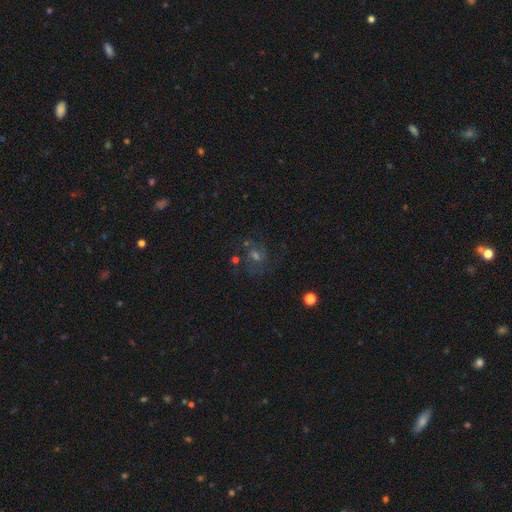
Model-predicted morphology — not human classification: Smooth or featured: featured or disk — 54% (star or artifact — 25%)
Edge-on disk: no — 97% (yes — 3%)
Bar: no — 62% (weak — 32%)
Spiral arms: yes — 84% (no — 16%)
Bulge size: moderate — 52% (small — 33%)
Merging: none — 68% (minor disturbance — 14%)